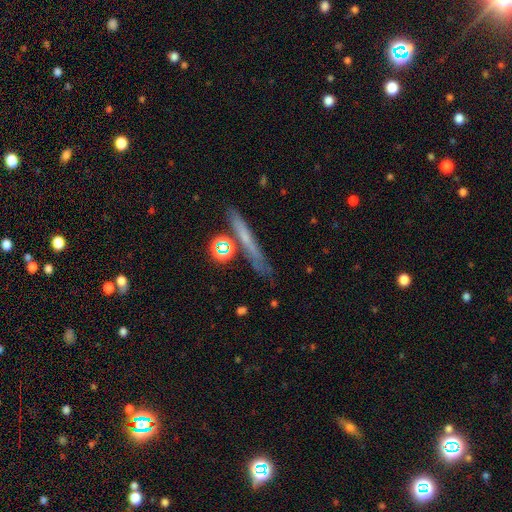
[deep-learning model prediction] smooth 47%, featured or disk 42%, star or artifact 11%. Down the decision tree: merging — none (77%).